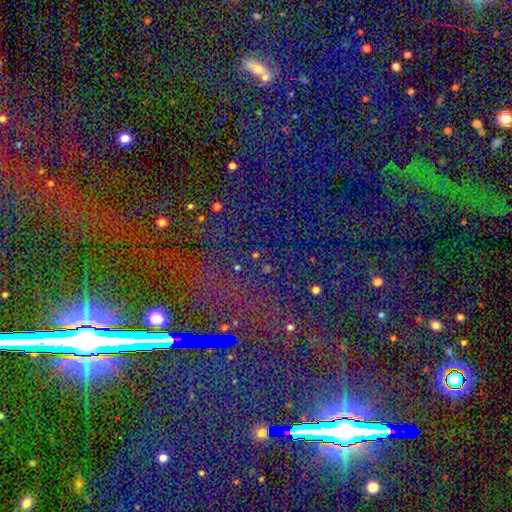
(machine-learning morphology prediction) Smooth or featured? star or artifact (80%)